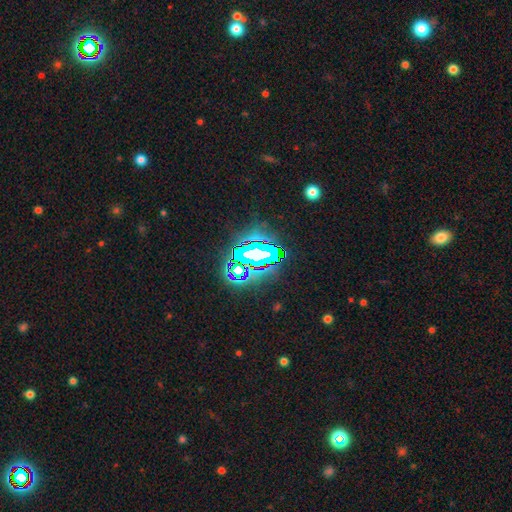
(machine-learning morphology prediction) Smooth or featured?
  - star or artifact: 72% *
  - featured or disk: 14%
  - smooth: 14%